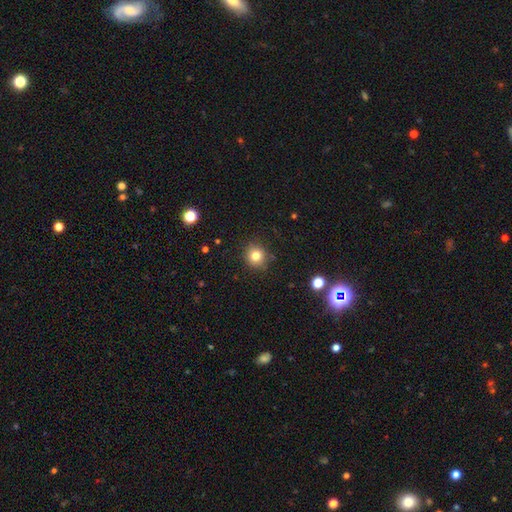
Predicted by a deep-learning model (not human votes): This appears to be a smooth galaxy with no disk features (79%) that is round (89%). Merging: none (87%).